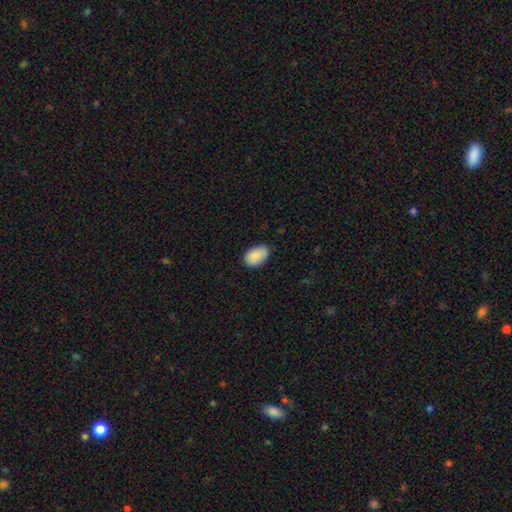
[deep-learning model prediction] This is clearly a smooth galaxy (89%). How rounded: clearly in between (89%). Merging: likely none (75%).